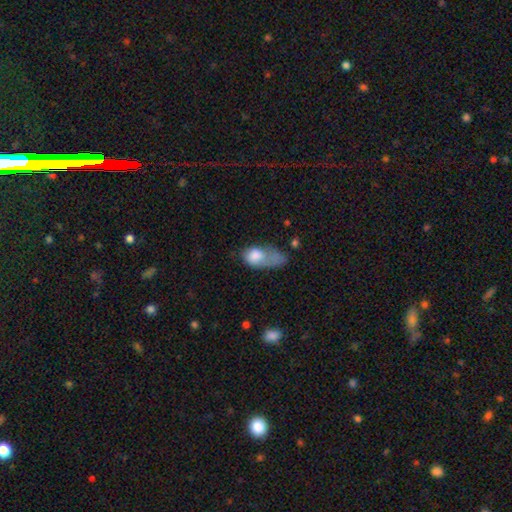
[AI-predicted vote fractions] Smooth or featured? smooth (71%)
How rounded? in between (83%)
Merging? major disturbance (50%)